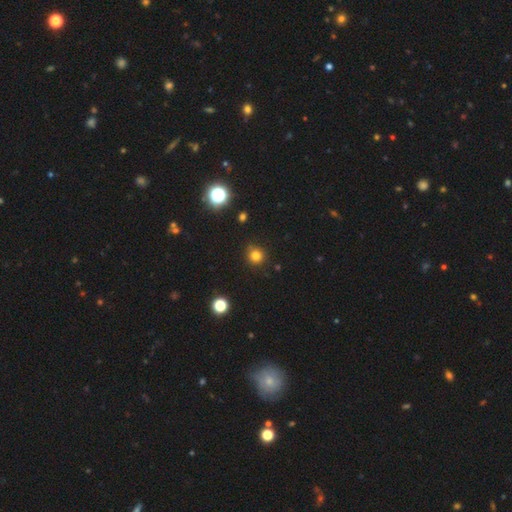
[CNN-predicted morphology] A smooth galaxy with no disk features (80%) that is round (93%).

Vote fractions:
- Smooth or featured? smooth: 80% / star or artifact: 15% / featured or disk: 5%
- How rounded? round: 93% / in between: 7% / cigar-shaped: 1%
- Merging? none: 85% / minor disturbance: 10% / major disturbance: 2% / merger: 2%